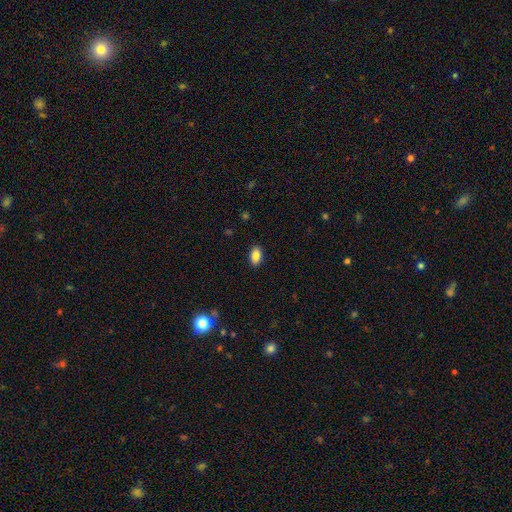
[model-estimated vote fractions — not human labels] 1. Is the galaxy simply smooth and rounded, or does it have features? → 87% smooth, 8% star or artifact, 5% featured or disk.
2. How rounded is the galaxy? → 92% in between, 6% round, 2% cigar-shaped.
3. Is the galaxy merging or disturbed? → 90% none, 7% minor disturbance, 2% major disturbance, 1% merger.